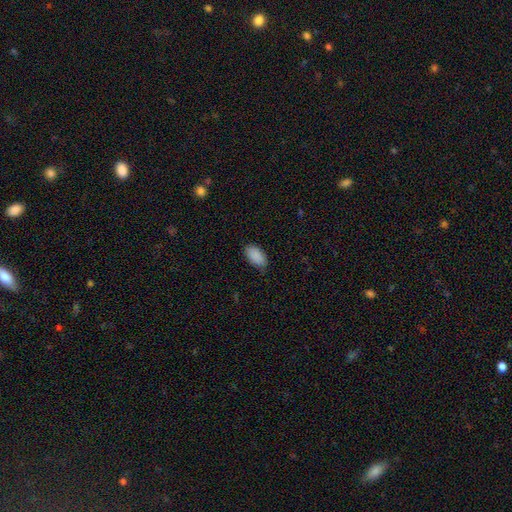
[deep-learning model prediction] smooth_or_featured: smooth (p=0.90) [alt: star or artifact p=0.07]
how_rounded: in between (p=0.94) [alt: round p=0.04]
merging: none (p=0.76) [alt: minor disturbance p=0.19]